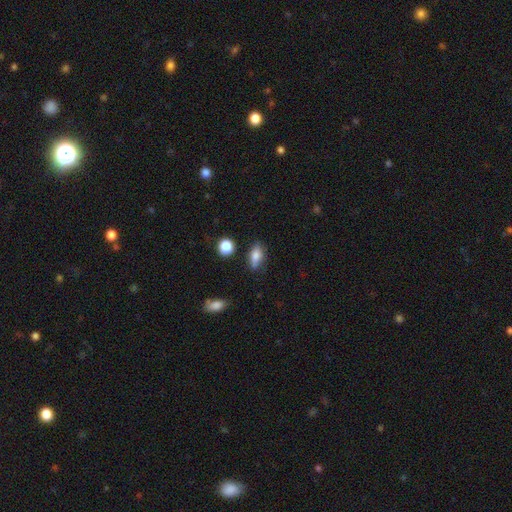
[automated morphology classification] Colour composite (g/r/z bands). It shows a smooth galaxy with no disk features (76%) that is in between round and cigar-shaped (78%). Merging: none (72%).